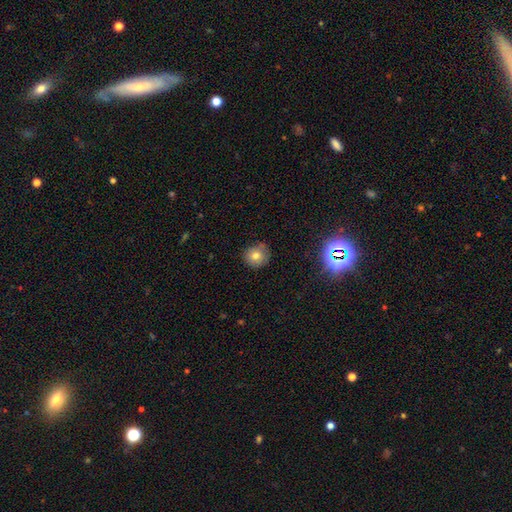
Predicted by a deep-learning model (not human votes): This is likely a smooth galaxy (74%). How rounded: clearly round (86%). Merging: likely none (78%).